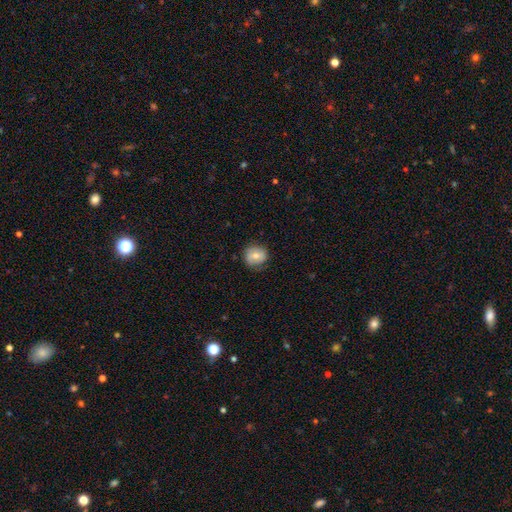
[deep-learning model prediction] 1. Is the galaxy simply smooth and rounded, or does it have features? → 64% smooth, 28% featured or disk, 8% star or artifact.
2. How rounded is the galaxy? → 86% round, 13% in between, 1% cigar-shaped.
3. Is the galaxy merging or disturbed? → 77% none, 18% minor disturbance, 5% major disturbance, 1% merger.